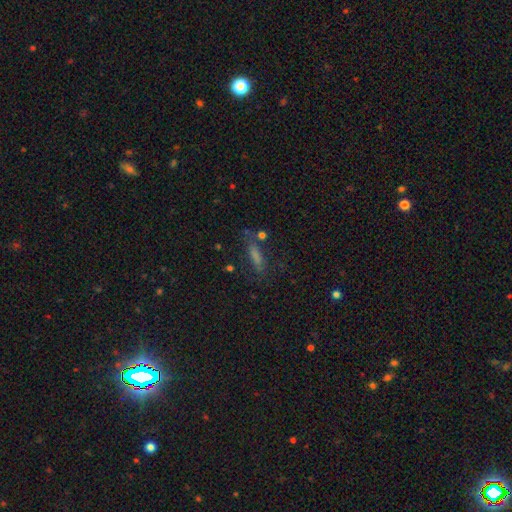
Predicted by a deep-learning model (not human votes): Q: Smooth or featured?
A: smooth (56%); runner-up: star or artifact (22%)
Q: How rounded?
A: cigar-shaped (72%); runner-up: in between (24%)
Q: Merging?
A: none (71%); runner-up: minor disturbance (16%)